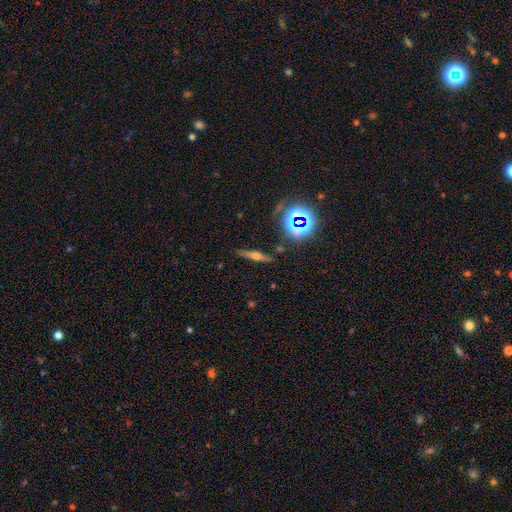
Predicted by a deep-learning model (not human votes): Smooth or featured? Predicted: featured or disk (p=0.56). Edge-on disk? Predicted: yes (p=0.95). Edge-on bulge? Predicted: rounded (p=0.84). Merging? Predicted: none (p=0.85).